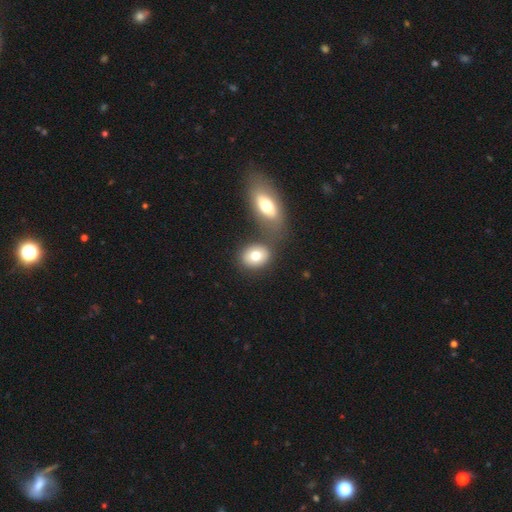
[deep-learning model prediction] The model was most divided on "how rounded": in between: 56%, round: 42%, cigar-shaped: 1%. More confident: smooth or featured — smooth (75%); merging — none (63%).